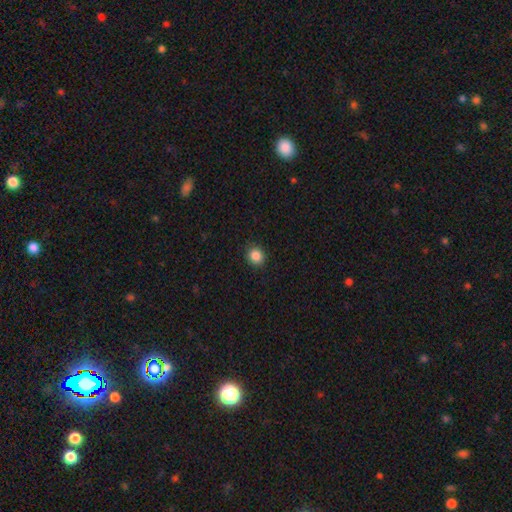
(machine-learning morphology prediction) This appears to be a smooth galaxy with no disk features (86%) that is round (84%). Merging: none (91%).